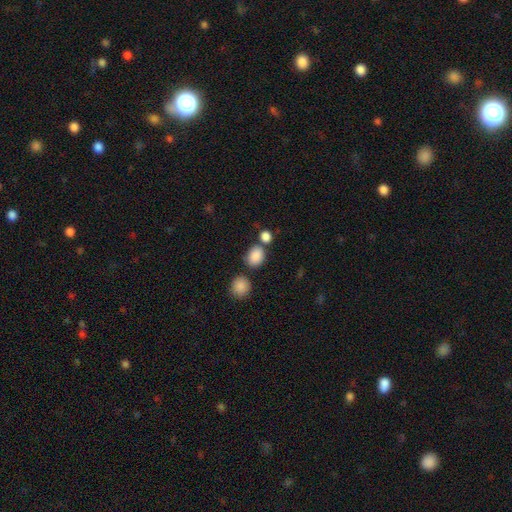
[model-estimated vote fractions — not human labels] Smooth or featured? smooth (86%)
How rounded? in between (60%)
Merging? none (64%)